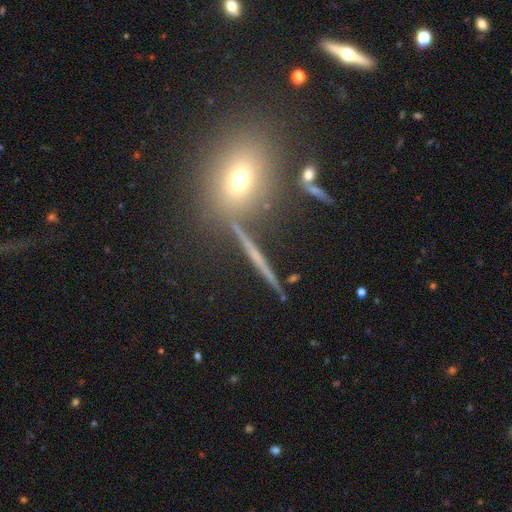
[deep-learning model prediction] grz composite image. It shows a featured or disk galaxy (60%) viewed edge-on (92%) with no central bulge (67%). Merging: none (84%).